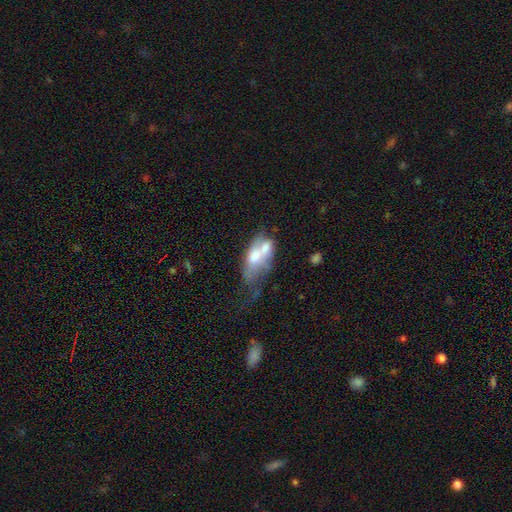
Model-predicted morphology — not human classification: Overall: smooth (47%; featured or disk 44%). Merging: merger (54%; major disturbance 20%).